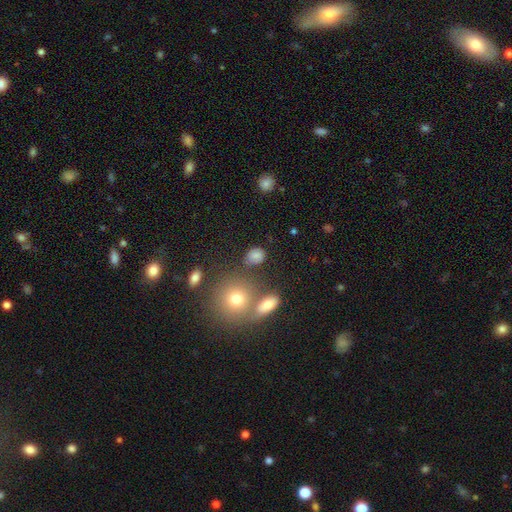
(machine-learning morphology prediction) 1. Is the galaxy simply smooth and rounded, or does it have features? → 78% smooth, 13% star or artifact, 8% featured or disk.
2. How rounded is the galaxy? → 62% round, 37% in between, 2% cigar-shaped.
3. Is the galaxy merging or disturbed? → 71% none, 15% minor disturbance, 8% merger, 6% major disturbance.